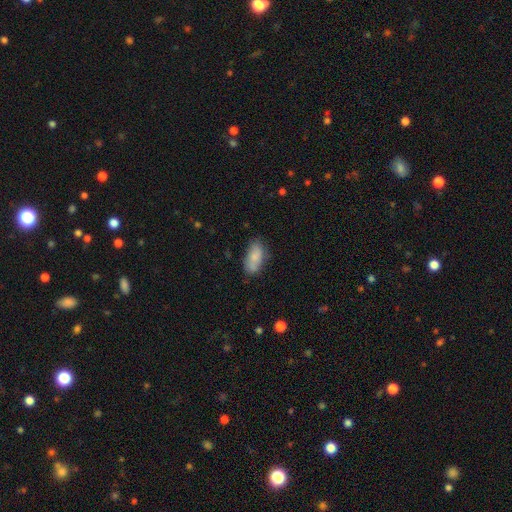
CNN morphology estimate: smooth-or-featured: smooth: 80% | featured or disk: 13% | star or artifact: 7%
  how-rounded: in between: 89% | cigar-shaped: 8% | round: 3%
  merging: none: 71% | minor disturbance: 21% | major disturbance: 5% | merger: 3%